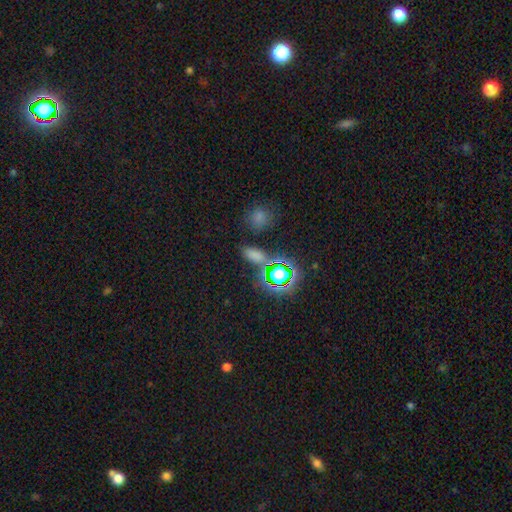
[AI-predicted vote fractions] smooth_or_featured: smooth (p=0.62) [alt: star or artifact p=0.32]
how_rounded: in between (p=0.80) [alt: round p=0.12]
merging: none (p=0.78) [alt: minor disturbance p=0.11]